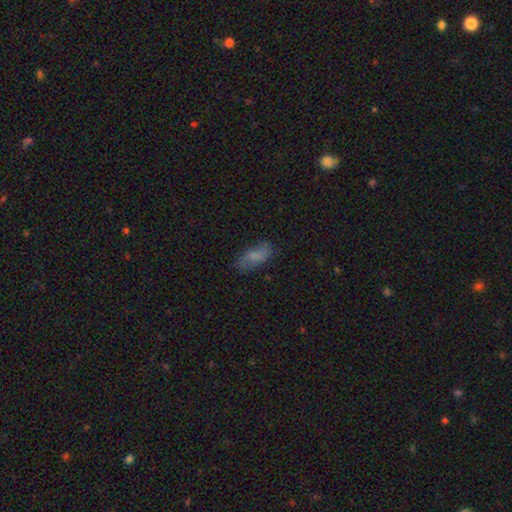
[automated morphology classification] smooth 66%, featured or disk 25%, star or artifact 10%. Down the decision tree: how rounded — in between (84%); merging — none (67%).